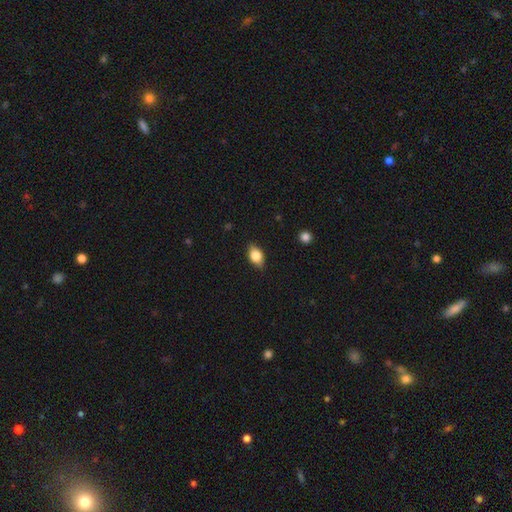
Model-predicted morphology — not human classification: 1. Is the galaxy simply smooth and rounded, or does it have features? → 79% smooth, 13% featured or disk, 8% star or artifact.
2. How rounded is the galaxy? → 84% in between, 13% round, 3% cigar-shaped.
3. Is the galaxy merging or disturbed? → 83% none, 13% minor disturbance, 3% major disturbance, 1% merger.